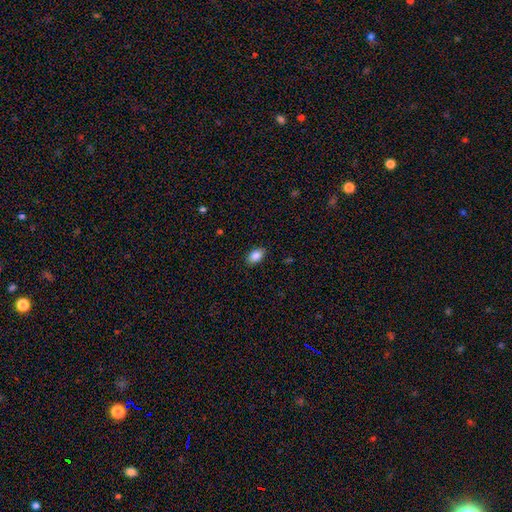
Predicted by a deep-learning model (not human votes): Smooth or featured? Predicted: smooth (p=0.88). How rounded? Predicted: in between (p=0.89). Merging? Predicted: none (p=0.88).